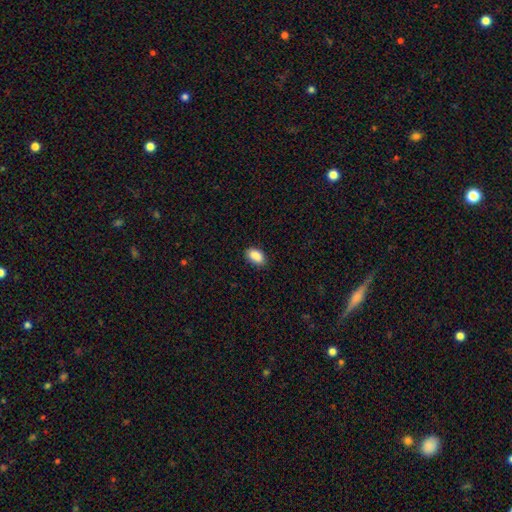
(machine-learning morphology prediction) This appears to be a smooth galaxy with no disk features (89%) that is in between round and cigar-shaped (92%). Merging: none (86%).